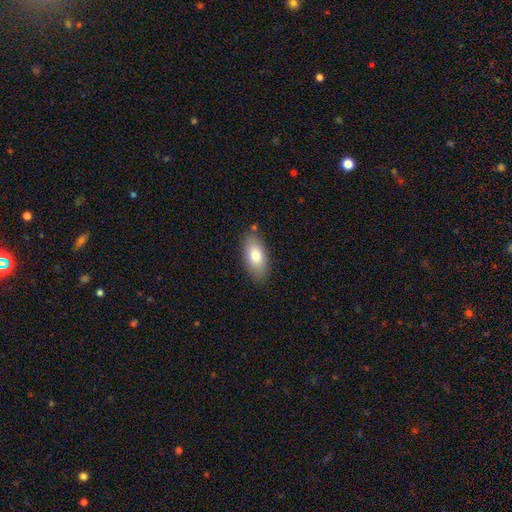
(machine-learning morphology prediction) This is likely a smooth galaxy (77%). How rounded: clearly in between (90%). Merging: clearly none (84%).